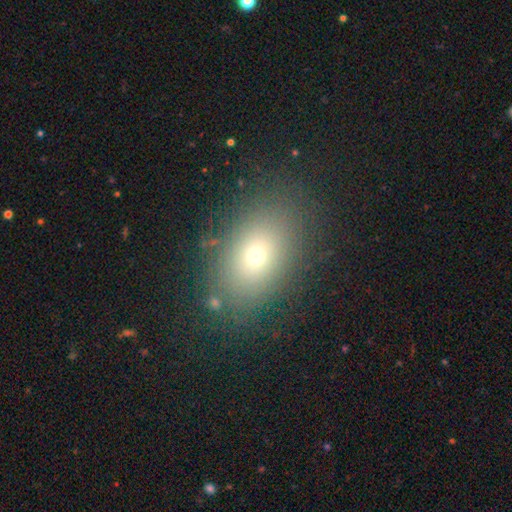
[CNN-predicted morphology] Smooth or featured? smooth (68%)
How rounded? in between (77%)
Merging? none (83%)